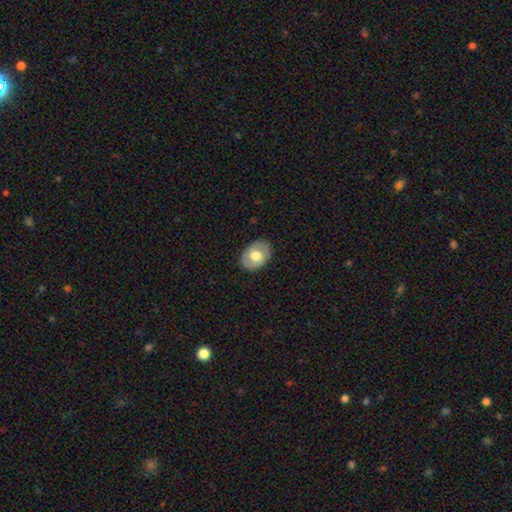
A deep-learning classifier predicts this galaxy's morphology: Smooth or featured: smooth — 57% (featured or disk — 37%)
How rounded: in between — 69% (round — 30%)
Merging: none — 83% (minor disturbance — 12%)